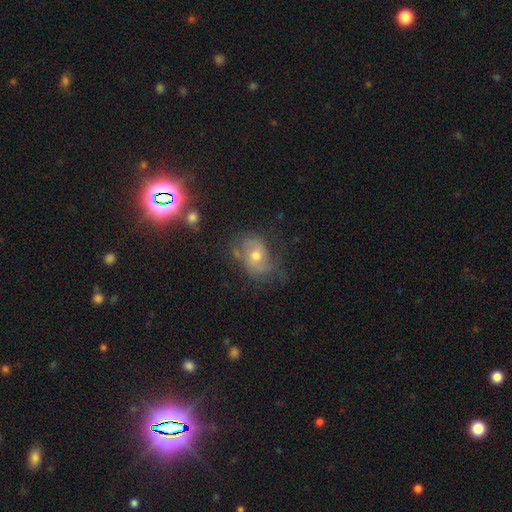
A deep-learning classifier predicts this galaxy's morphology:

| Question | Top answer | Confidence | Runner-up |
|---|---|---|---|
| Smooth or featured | featured or disk | 58% | smooth (25%) |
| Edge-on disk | no | 95% | yes (5%) |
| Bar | no | 69% | weak (24%) |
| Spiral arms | yes | 78% | no (22%) |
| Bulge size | moderate | 68% | small (25%) |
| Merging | none | 56% | minor disturbance (25%) |